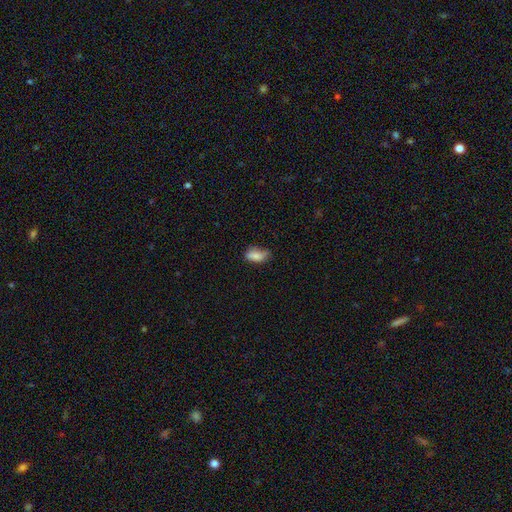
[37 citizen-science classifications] Overall: smooth (81%). How rounded: in between (90%). Merging: none (66%; minor disturbance 31%).